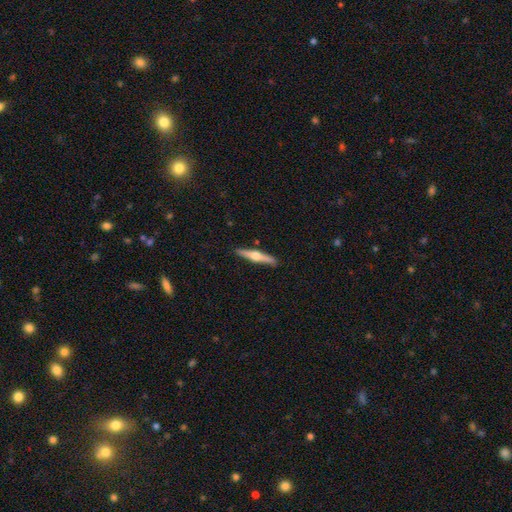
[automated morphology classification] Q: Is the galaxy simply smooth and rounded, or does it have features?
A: featured or disk — 62%.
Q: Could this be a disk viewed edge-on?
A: yes — 97%.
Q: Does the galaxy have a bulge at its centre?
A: rounded — 93%.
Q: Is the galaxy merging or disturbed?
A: none — 90%.